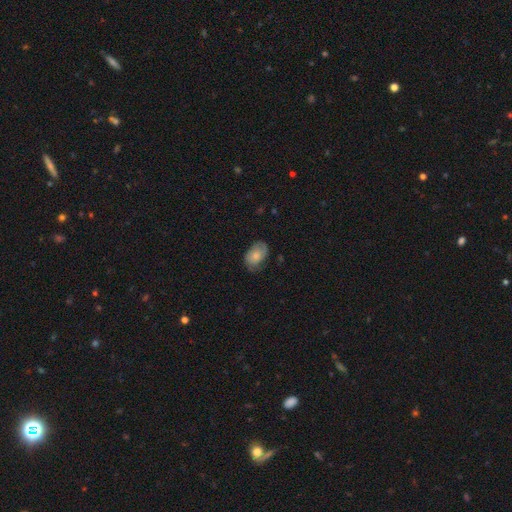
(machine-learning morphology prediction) Smooth or featured: smooth — 63% (featured or disk — 30%)
How rounded: in between — 85% (round — 14%)
Merging: none — 63% (minor disturbance — 27%)